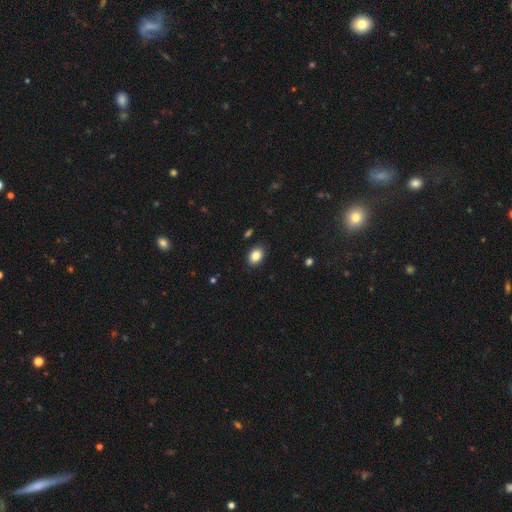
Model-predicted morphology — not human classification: The model was most divided on "how rounded": in between: 74%, round: 25%, cigar-shaped: 1%. More confident: merging — none (89%); smooth or featured — smooth (86%).